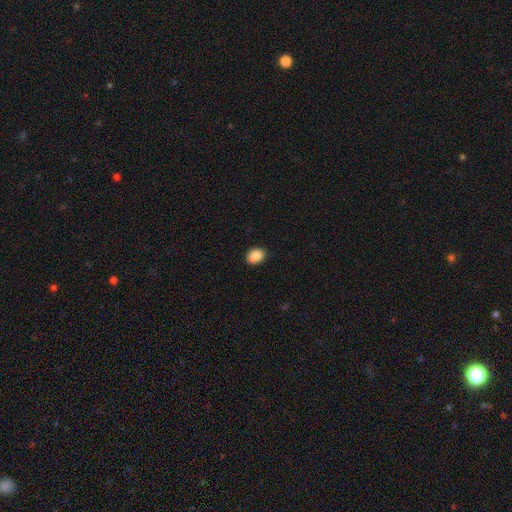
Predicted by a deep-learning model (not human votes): smooth-or-featured: smooth: 88% | star or artifact: 8% | featured or disk: 4%
  how-rounded: in between: 68% | round: 31% | cigar-shaped: 1%
  merging: none: 87% | minor disturbance: 10% | major disturbance: 2% | merger: 1%